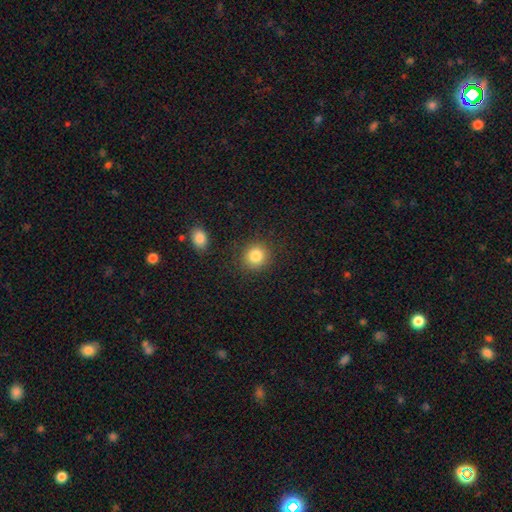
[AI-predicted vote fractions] Smooth or featured? smooth (84%)
How rounded? round (86%)
Merging? none (86%)